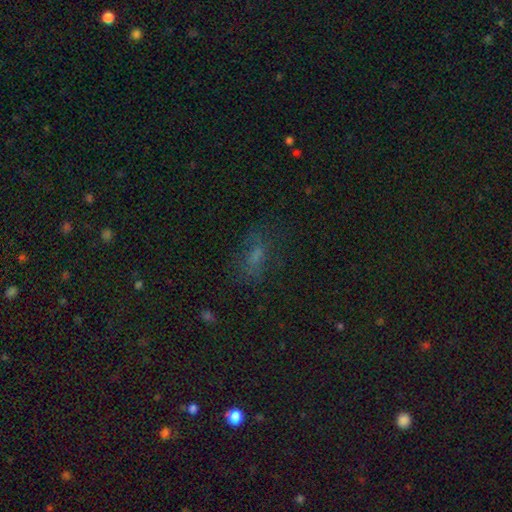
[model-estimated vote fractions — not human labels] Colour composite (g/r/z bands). It shows a smooth galaxy with no disk features (44%). Merging: none (64%).